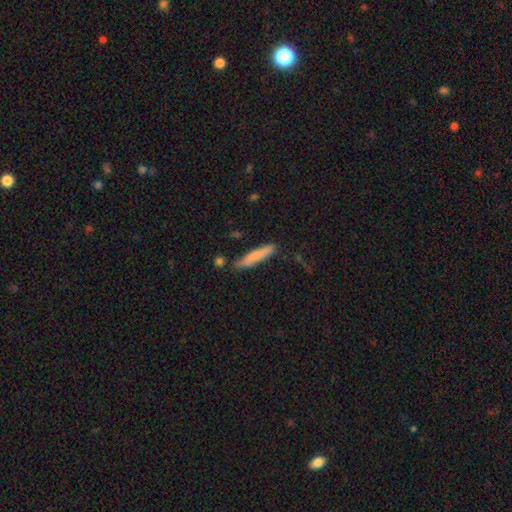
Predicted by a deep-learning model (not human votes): smooth 74%, featured or disk 20%, star or artifact 6%. Down the decision tree: how rounded — cigar-shaped (90%); merging — none (78%).